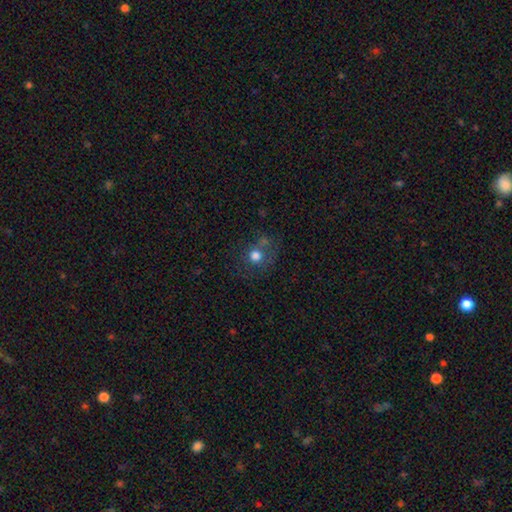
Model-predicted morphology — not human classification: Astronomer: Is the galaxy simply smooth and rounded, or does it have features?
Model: smooth — 71%.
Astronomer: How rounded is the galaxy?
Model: round — 87%.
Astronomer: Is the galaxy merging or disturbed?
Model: none — 61%.